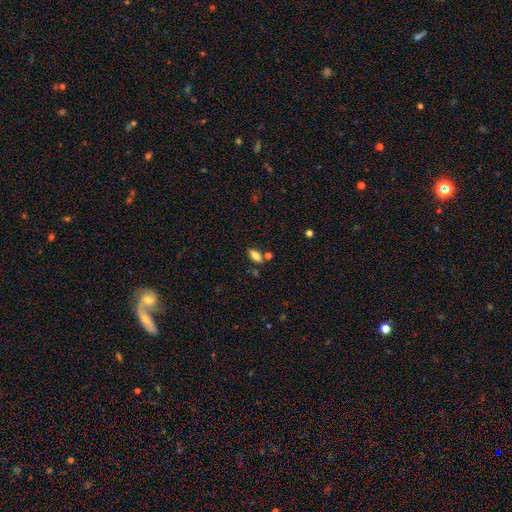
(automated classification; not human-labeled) Q: Smooth or featured?
A: smooth (79%); runner-up: featured or disk (13%)
Q: How rounded?
A: in between (86%); runner-up: cigar-shaped (11%)
Q: Merging?
A: none (75%); runner-up: minor disturbance (12%)